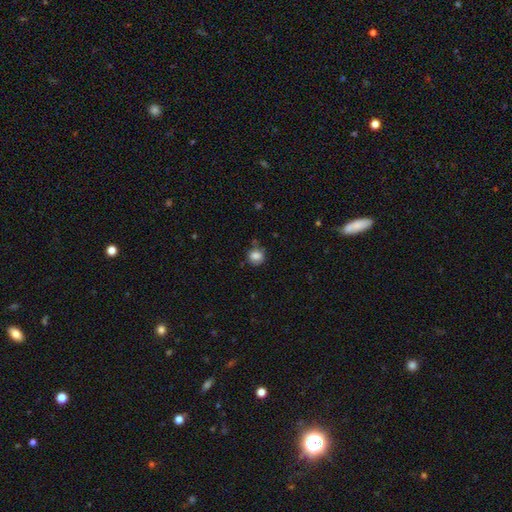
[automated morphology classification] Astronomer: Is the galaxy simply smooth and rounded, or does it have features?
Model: smooth — 83%.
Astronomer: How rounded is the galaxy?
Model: round — 82%.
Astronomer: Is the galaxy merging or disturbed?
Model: none — 72%.